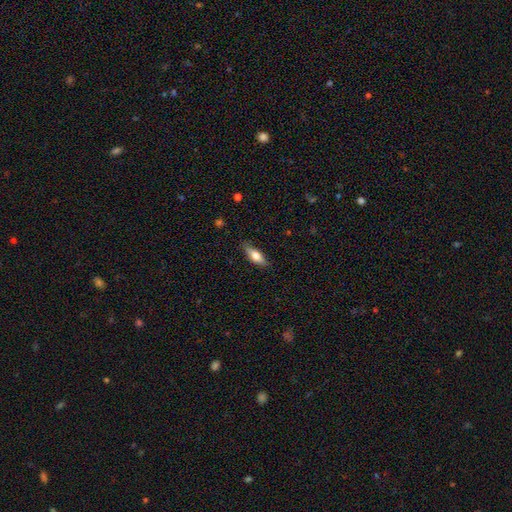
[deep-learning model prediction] Smooth or featured: smooth — 67% (featured or disk — 26%)
How rounded: in between — 63% (cigar-shaped — 34%)
Merging: none — 82% (minor disturbance — 14%)